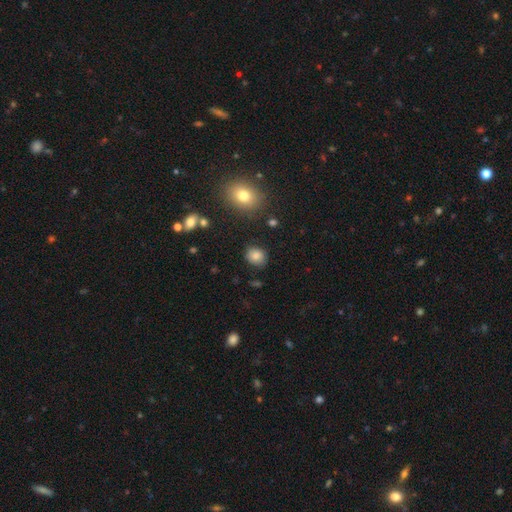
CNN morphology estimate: smooth_or_featured: smooth (p=0.83) [alt: star or artifact p=0.11]
how_rounded: round (p=0.62) [alt: in between p=0.37]
merging: none (p=0.85) [alt: minor disturbance p=0.10]